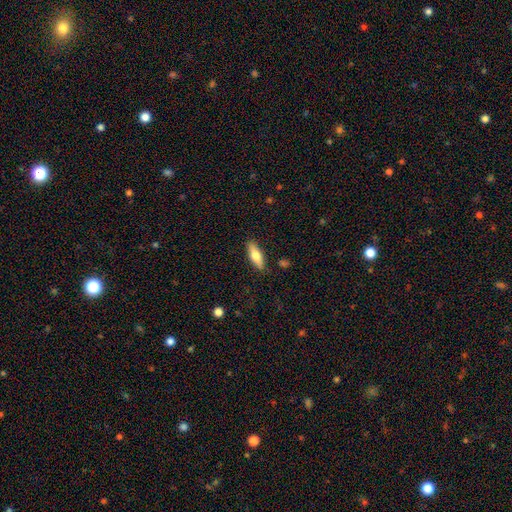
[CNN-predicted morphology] This is likely a smooth galaxy (66%). How rounded: possibly in between (55%). Merging: clearly none (87%).